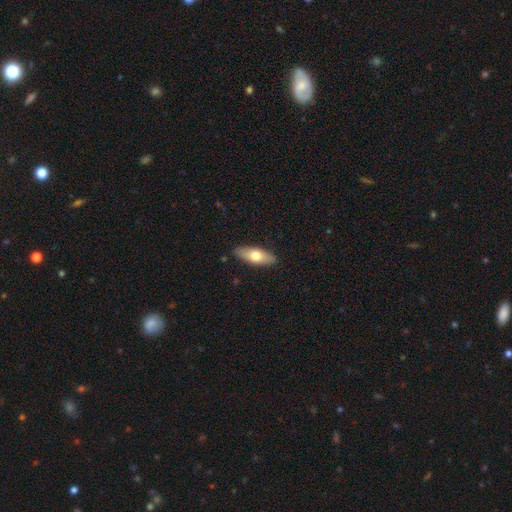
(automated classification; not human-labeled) smooth_or_featured: smooth (p=0.67) [alt: featured or disk p=0.27]
how_rounded: in between (p=0.72) [alt: cigar-shaped p=0.26]
merging: none (p=0.87) [alt: minor disturbance p=0.10]